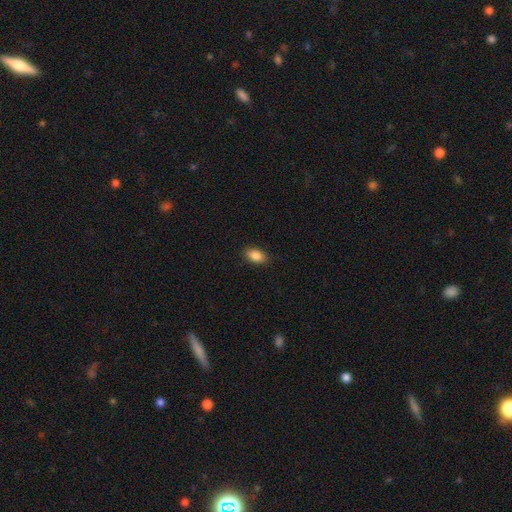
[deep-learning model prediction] Overall: smooth (87%). How rounded: in between (88%). Merging: none (87%).